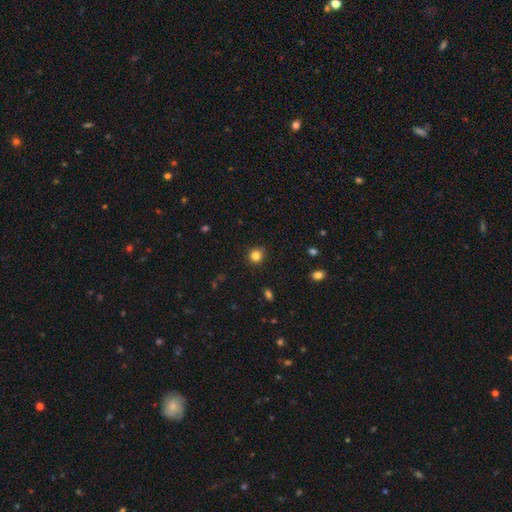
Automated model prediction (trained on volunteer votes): Morphology: type=smooth (83%); roundness=round (87%); merging=none (88%).